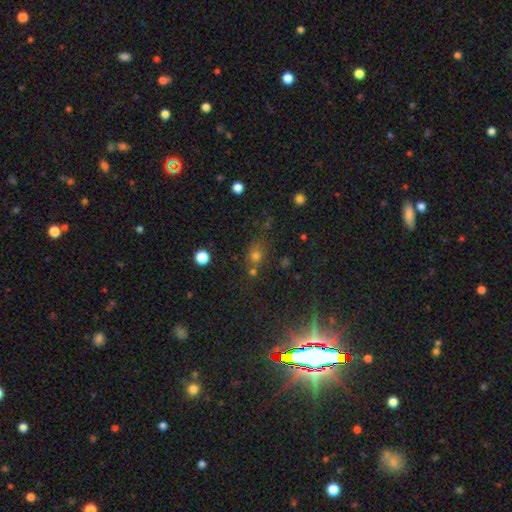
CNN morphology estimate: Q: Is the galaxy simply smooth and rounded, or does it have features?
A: smooth — 57%.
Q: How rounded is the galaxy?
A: round — 66%.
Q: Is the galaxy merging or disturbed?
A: none — 65%.